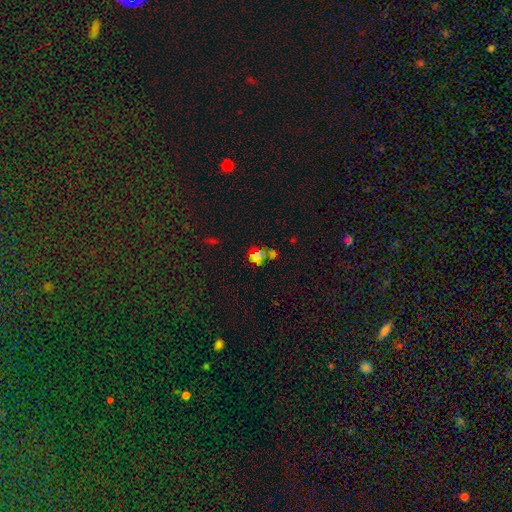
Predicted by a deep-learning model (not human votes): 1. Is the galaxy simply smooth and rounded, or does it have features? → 46% star or artifact, 37% smooth, 17% featured or disk.